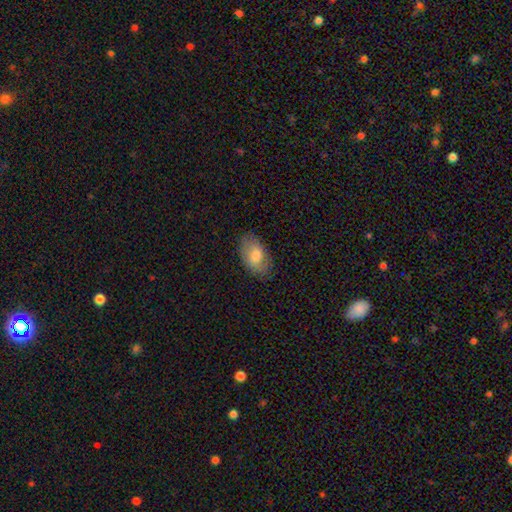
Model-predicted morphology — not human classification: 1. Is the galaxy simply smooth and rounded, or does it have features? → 75% smooth, 18% featured or disk, 7% star or artifact.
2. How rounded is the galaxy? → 92% in between, 7% round, 1% cigar-shaped.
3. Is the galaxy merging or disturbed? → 82% none, 13% minor disturbance, 3% major disturbance, 1% merger.